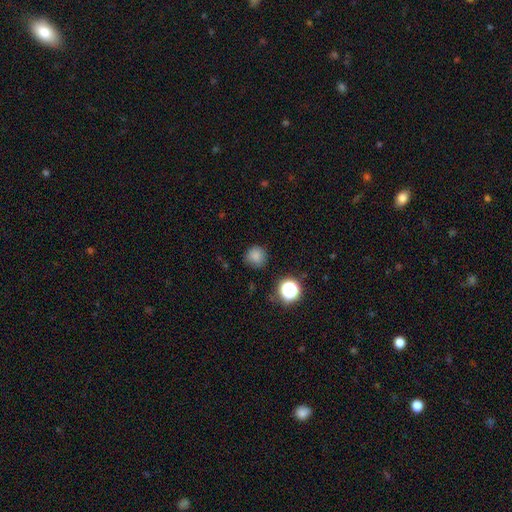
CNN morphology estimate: This is likely a smooth galaxy (80%). How rounded: clearly round (92%). Merging: clearly none (83%).